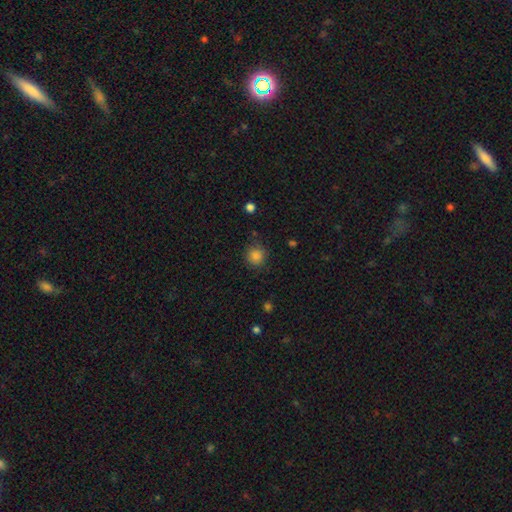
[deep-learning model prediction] Overall: smooth (84%). How rounded: round (91%). Merging: none (84%).